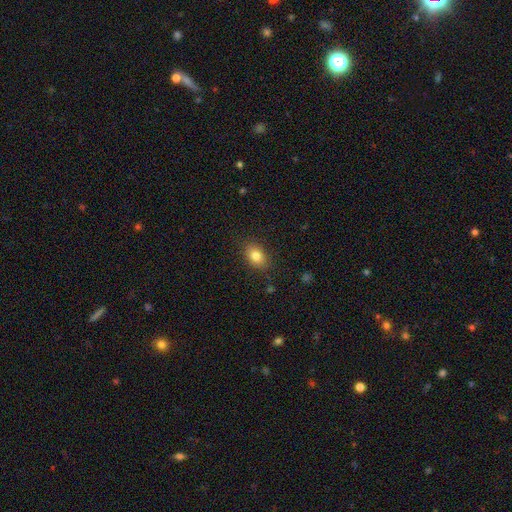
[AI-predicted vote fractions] The model was most divided on "how rounded": in between: 75%, round: 23%, cigar-shaped: 1%. More confident: merging — none (85%); smooth or featured — smooth (83%).